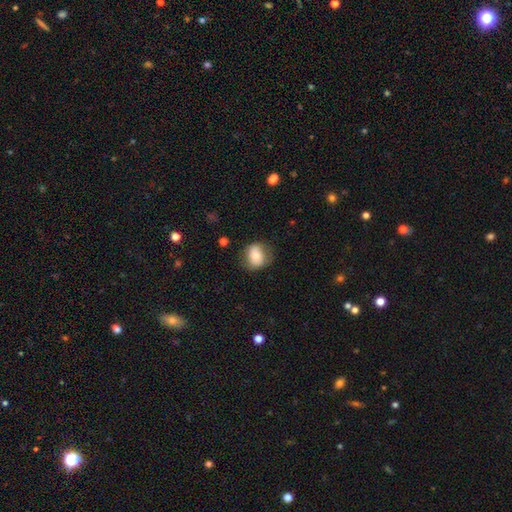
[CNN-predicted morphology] A smooth galaxy with no disk features (69%) that is round (62%).

Vote fractions:
- Smooth or featured? smooth: 69% / featured or disk: 23% / star or artifact: 8%
- How rounded? round: 62% / in between: 37% / cigar-shaped: 1%
- Merging? none: 70% / minor disturbance: 21% / major disturbance: 7% / merger: 1%